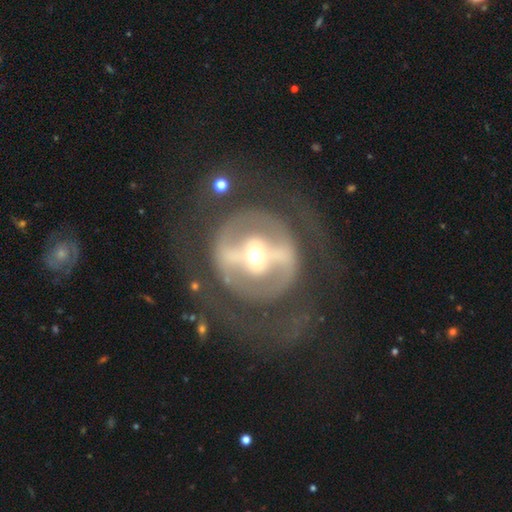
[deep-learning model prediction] Overall: featured or disk (80%). Edge-on disk: no (94%). Bar: strong (61%; weak 23%). Spiral arms: no (58%; yes 42%). Bulge size: moderate (55%; small 36%). Merging: none (68%).